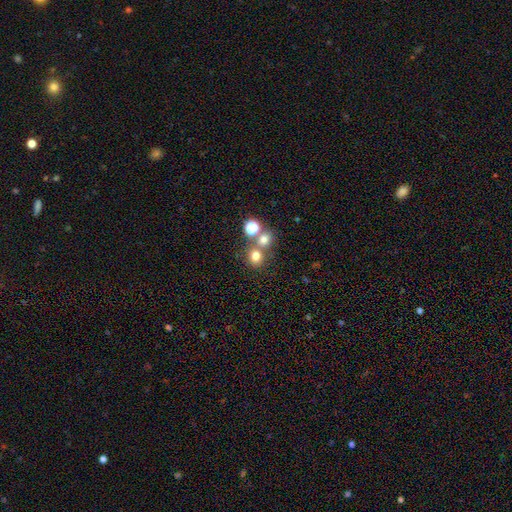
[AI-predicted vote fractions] smooth_or_featured: smooth (p=0.73) [alt: star or artifact p=0.19]
how_rounded: round (p=0.82) [alt: in between p=0.18]
merging: none (p=0.60) [alt: merger p=0.29]